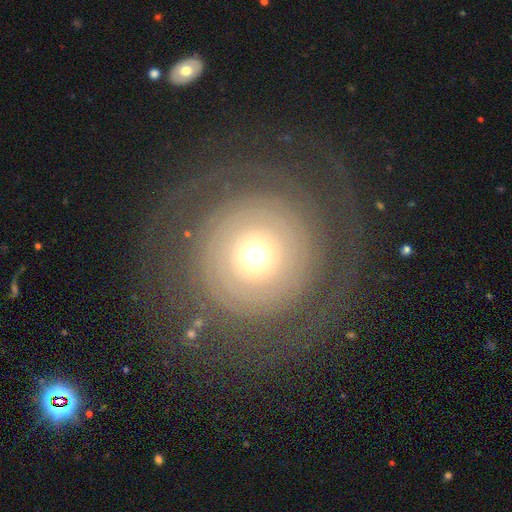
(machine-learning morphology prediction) type=featured or disk (69%); edge-on=no (97%); bar=no (90%); spiral arms=yes (70%); bulge=moderate (55%); merging=none (73%).